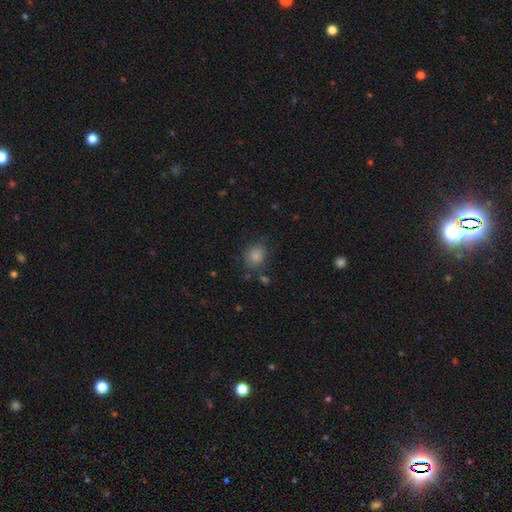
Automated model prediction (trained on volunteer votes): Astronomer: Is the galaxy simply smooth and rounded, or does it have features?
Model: smooth — 83%.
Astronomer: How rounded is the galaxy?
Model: round — 54% (runner-up: in between, 45%).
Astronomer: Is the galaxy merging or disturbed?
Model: none — 71%.